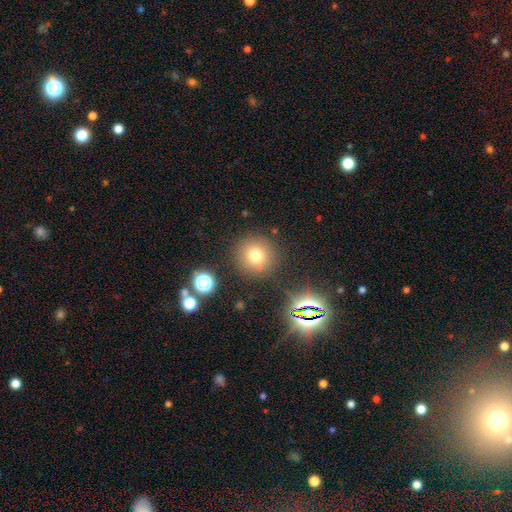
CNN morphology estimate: Q: Smooth or featured?
A: smooth (72%); runner-up: star or artifact (17%)
Q: How rounded?
A: round (95%); runner-up: in between (4%)
Q: Merging?
A: none (86%); runner-up: minor disturbance (7%)